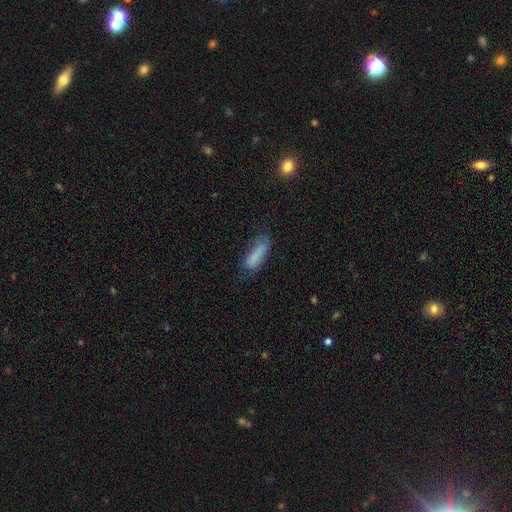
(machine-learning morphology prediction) Smooth or featured: smooth — 79% (featured or disk — 12%)
How rounded: cigar-shaped — 52% (in between — 46%)
Merging: none — 53% (minor disturbance — 30%)